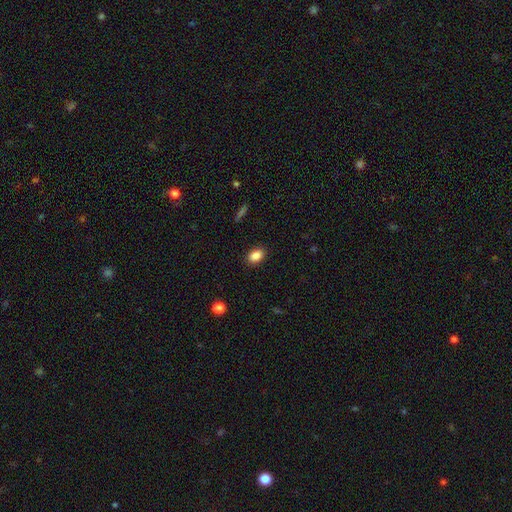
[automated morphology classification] Smooth or featured: smooth — 87% (star or artifact — 9%)
How rounded: in between — 81% (round — 17%)
Merging: none — 89% (minor disturbance — 8%)